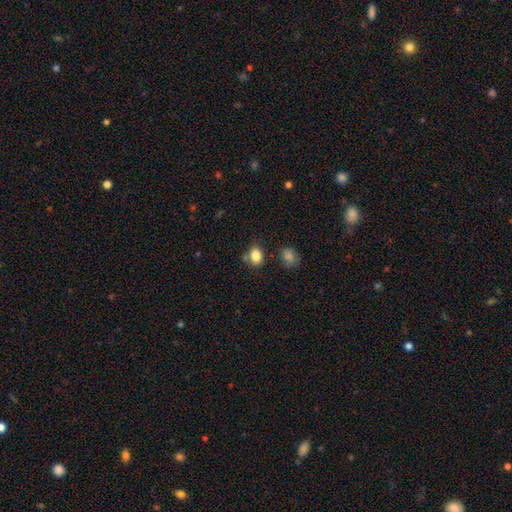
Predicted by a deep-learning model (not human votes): Q: Smooth or featured?
A: smooth (84%); runner-up: star or artifact (10%)
Q: How rounded?
A: in between (69%); runner-up: round (30%)
Q: Merging?
A: none (69%); runner-up: minor disturbance (16%)